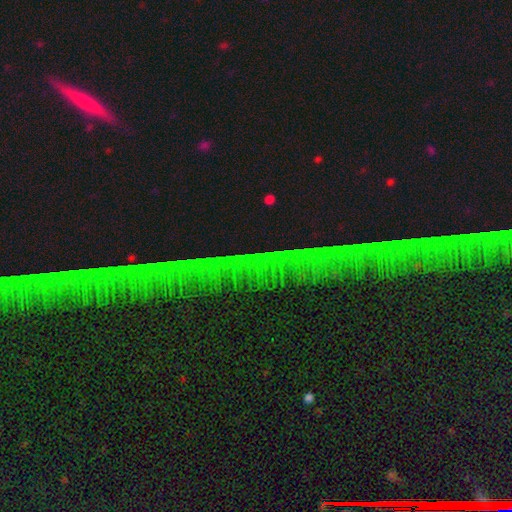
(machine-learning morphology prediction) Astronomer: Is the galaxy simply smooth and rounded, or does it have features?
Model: star or artifact — 78%.